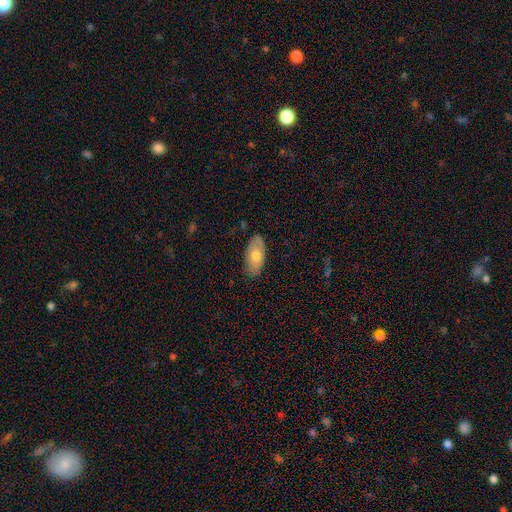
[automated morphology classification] This appears to be a smooth galaxy with no disk features (66%) that is in between round and cigar-shaped (93%). Merging: none (83%).